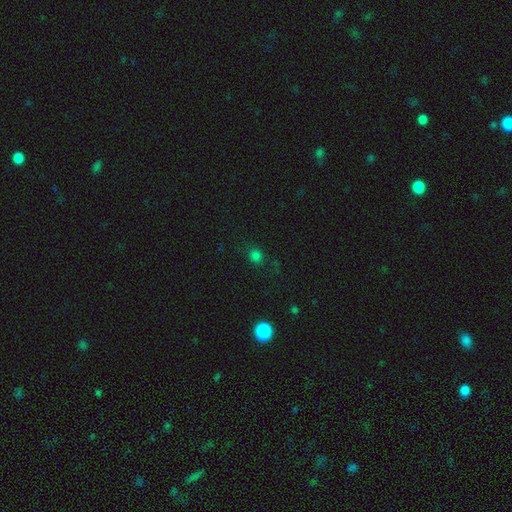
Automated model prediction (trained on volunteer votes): Smooth or featured?
  - smooth: 75% *
  - star or artifact: 21%
  - featured or disk: 4%
How rounded?
  - round: 75% *
  - in between: 24%
  - cigar-shaped: 1%
Merging?
  - none: 81% *
  - minor disturbance: 12%
  - major disturbance: 4%
  - merger: 2%